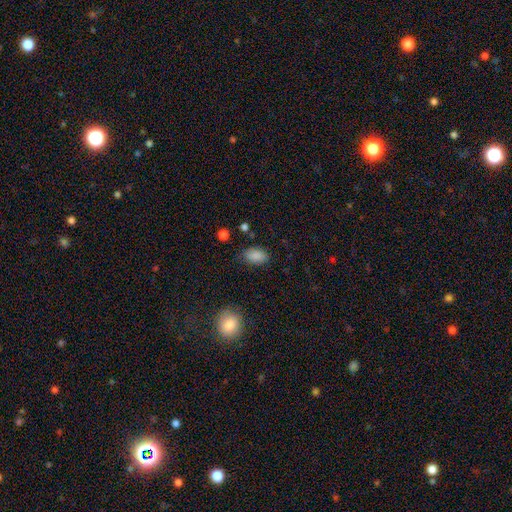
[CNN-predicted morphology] Q: Smooth or featured?
A: smooth (87%); runner-up: star or artifact (9%)
Q: How rounded?
A: in between (90%); runner-up: round (9%)
Q: Merging?
A: none (77%); runner-up: minor disturbance (17%)